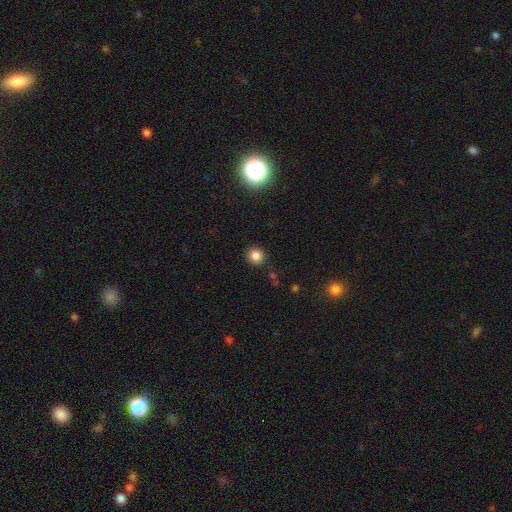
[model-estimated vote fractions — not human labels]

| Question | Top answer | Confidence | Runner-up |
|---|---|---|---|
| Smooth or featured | smooth | 84% | star or artifact (12%) |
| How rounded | round | 86% | in between (13%) |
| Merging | none | 88% | minor disturbance (7%) |